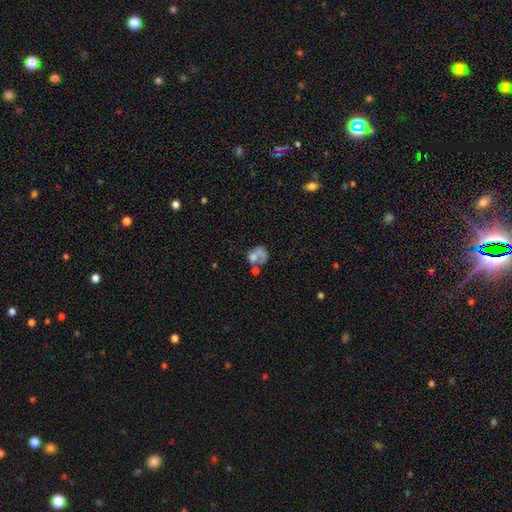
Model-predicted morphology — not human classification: Smooth or featured?
  - smooth: 50% *
  - featured or disk: 39%
  - star or artifact: 11%
Merging?
  - merger: 35% *
  - major disturbance: 28%
  - none: 23%
  - minor disturbance: 13%